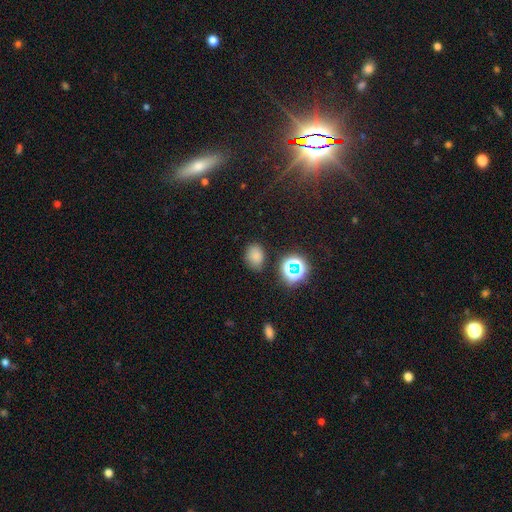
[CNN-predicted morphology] Smooth or featured? Predicted: smooth (p=0.73). How rounded? Predicted: in between (p=0.62). Merging? Predicted: none (p=0.76).